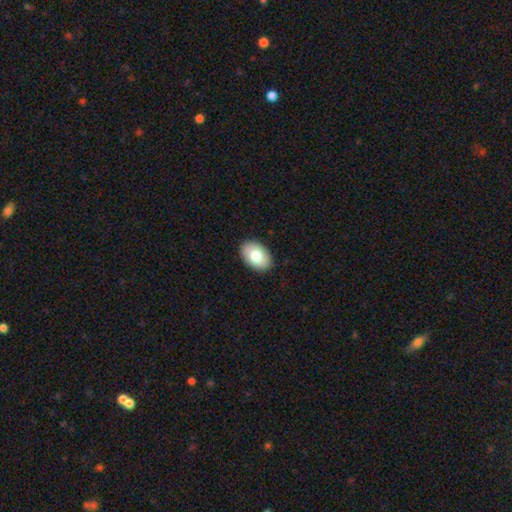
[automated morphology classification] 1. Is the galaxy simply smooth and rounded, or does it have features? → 79% smooth, 15% featured or disk, 7% star or artifact.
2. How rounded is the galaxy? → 89% in between, 10% round, 1% cigar-shaped.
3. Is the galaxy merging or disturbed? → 90% none, 8% minor disturbance, 2% major disturbance, 1% merger.